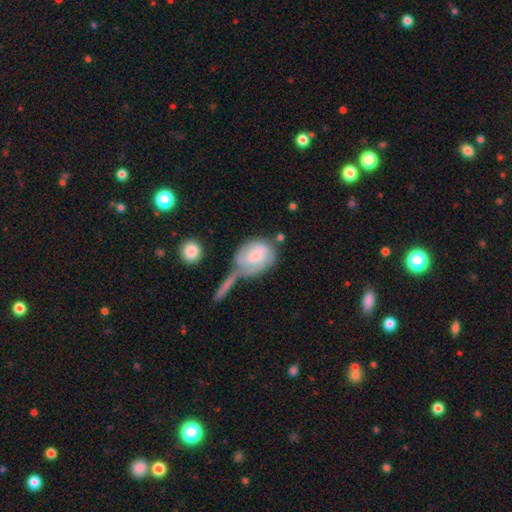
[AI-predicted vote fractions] This is possibly a smooth galaxy (49%). Merging: marginally merger (36%).